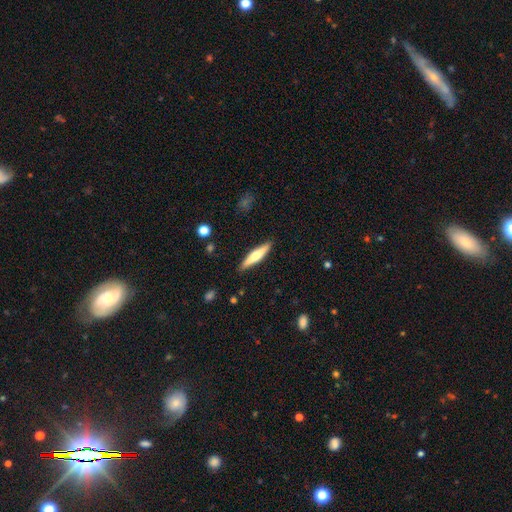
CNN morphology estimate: This appears to be a smooth galaxy with no disk features (54%) that is cigar-shaped (84%). Merging: none (89%).